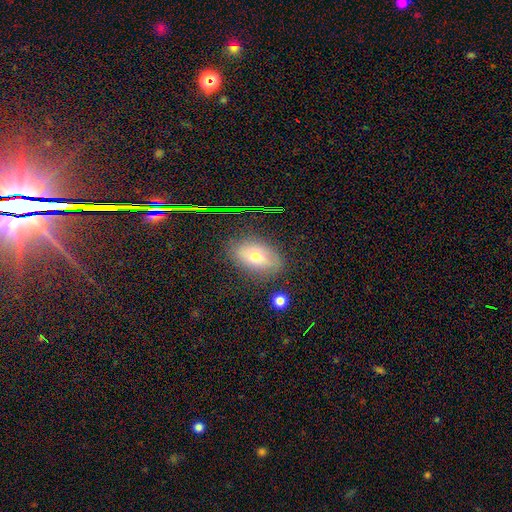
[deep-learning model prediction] Overall: smooth (62%; featured or disk 22%). How rounded: in between (85%). Merging: none (79%).